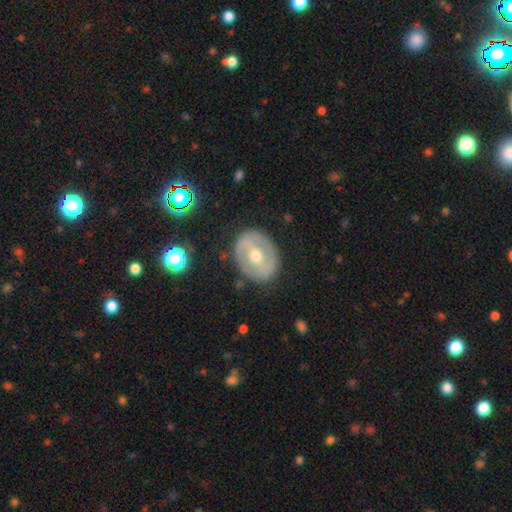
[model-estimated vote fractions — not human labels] The model was most divided on "bar": weak: 37%, no: 34%, strong: 29%. More confident: edge-on disk — no (94%); merging — none (82%); bulge size — moderate (71%); spiral arms — no (68%); smooth or featured — featured or disk (63%).